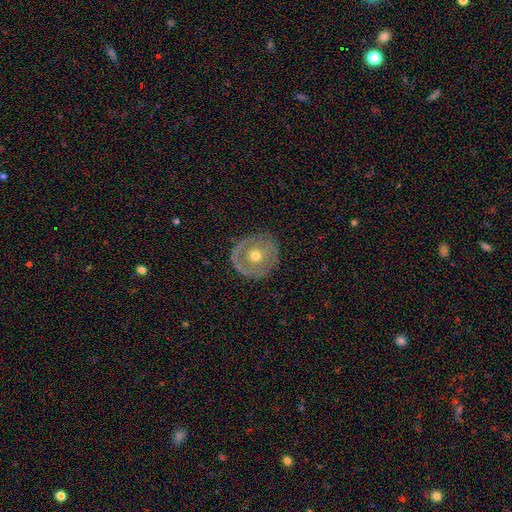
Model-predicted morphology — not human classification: Overall: featured or disk (57%; smooth 36%). Edge-on disk: no (95%). Bar: no (87%). Spiral arms: no (73%). Bulge size: moderate (74%). Merging: none (80%).